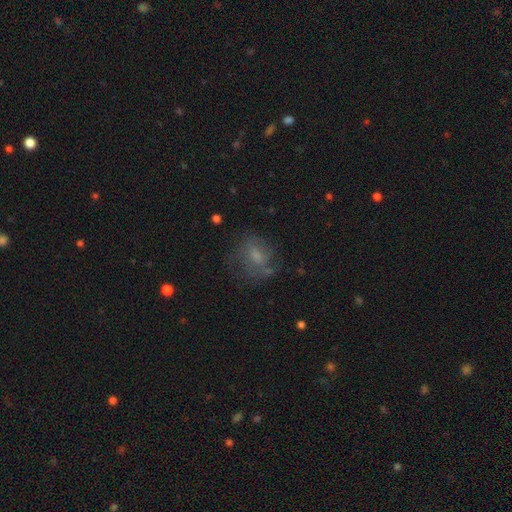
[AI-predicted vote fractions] Smooth or featured: smooth — 50% (featured or disk — 38%)
How rounded: in between — 51% (round — 47%)
Merging: none — 56% (minor disturbance — 22%)